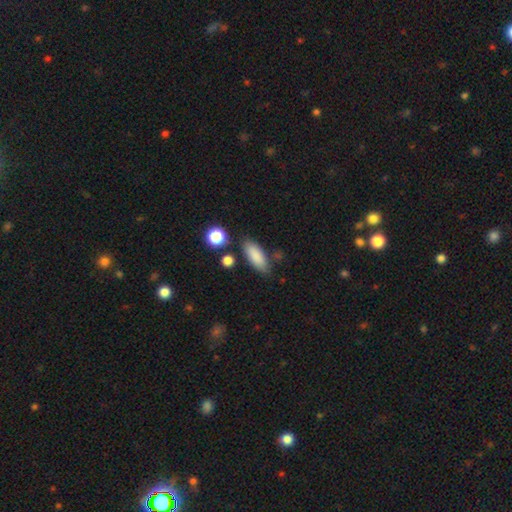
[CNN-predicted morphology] The model was most divided on "how rounded": in between: 72%, cigar-shaped: 25%, round: 3%. More confident: smooth or featured — smooth (86%); merging — none (78%).